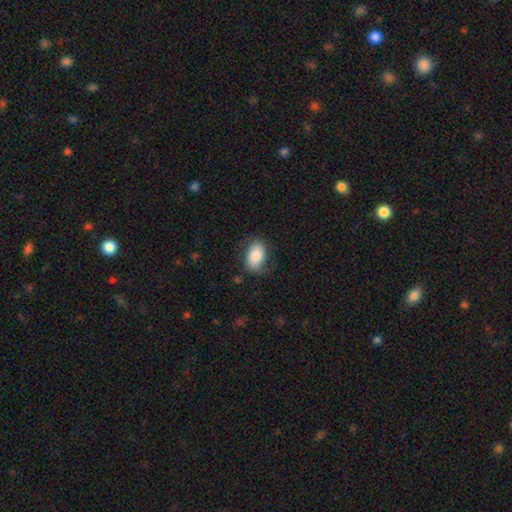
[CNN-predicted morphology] smooth-or-featured: smooth: 79% | featured or disk: 14% | star or artifact: 7%
  how-rounded: in between: 89% | round: 9% | cigar-shaped: 1%
  merging: none: 69% | minor disturbance: 22% | major disturbance: 7% | merger: 1%